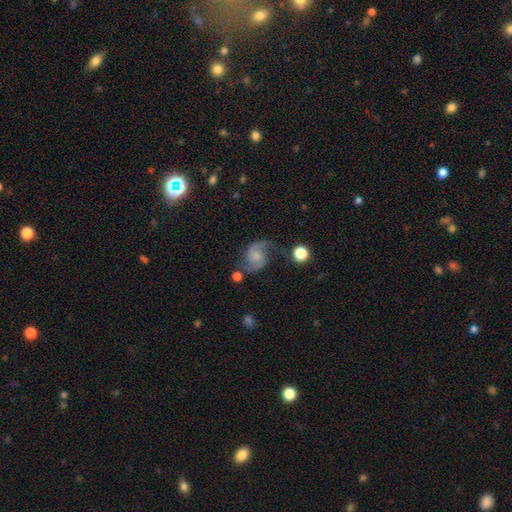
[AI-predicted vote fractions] A featured or disk galaxy (80%) with no bar (66%), 2 (89%) medium (45%) spiral arms (96%) and a small central bulge (31%, tied with none).

Vote fractions:
- Smooth or featured? featured or disk: 80% / smooth: 13% / star or artifact: 7%
- Edge-on disk? no: 98% / yes: 2%
- Bar? no: 66% / weak: 29% / strong: 5%
- Spiral arms? yes: 96% / no: 4%
- Spiral winding? medium: 45% / loose: 43% / tight: 12%
- Spiral arm count? 2: 89% / 1: 5% / can't tell: 3% / 3: 1% / 4: 1% / more than 4: 1%
- Bulge size? small: 31% (tied) / none: 31% (tied) / moderate: 26% / large: 9% / dominant: 3%
- Merging? none: 60% / minor disturbance: 21% / major disturbance: 14% / merger: 6%